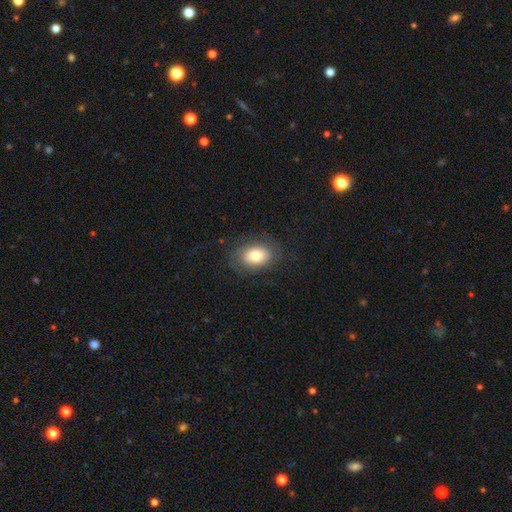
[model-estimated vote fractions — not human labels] This is likely a smooth galaxy (70%). How rounded: likely in between (80%). Merging: likely none (74%).